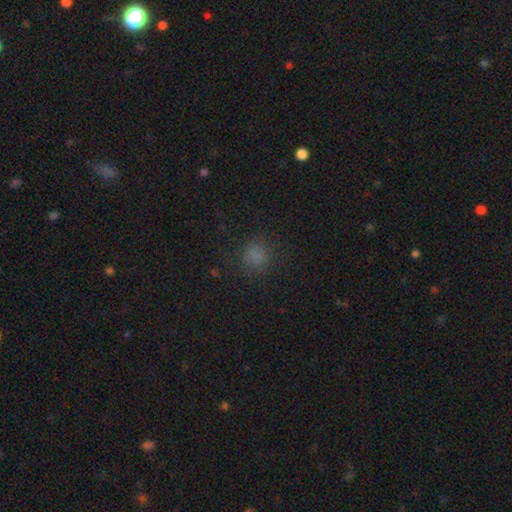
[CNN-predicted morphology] A smooth galaxy with no disk features (78%) that is round (86%). Merging: none (83%).